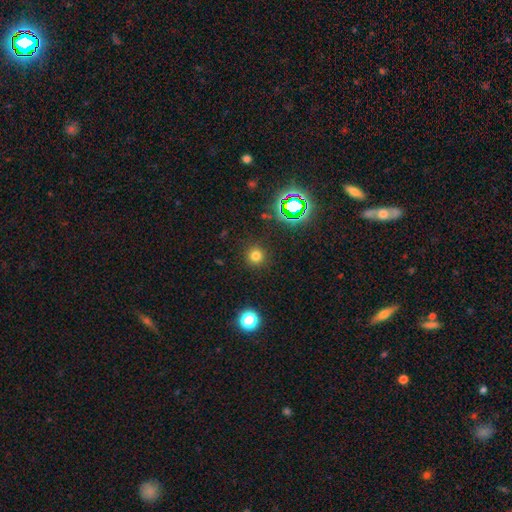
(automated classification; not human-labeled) Overall: smooth (73%). How rounded: round (94%). Merging: none (89%).